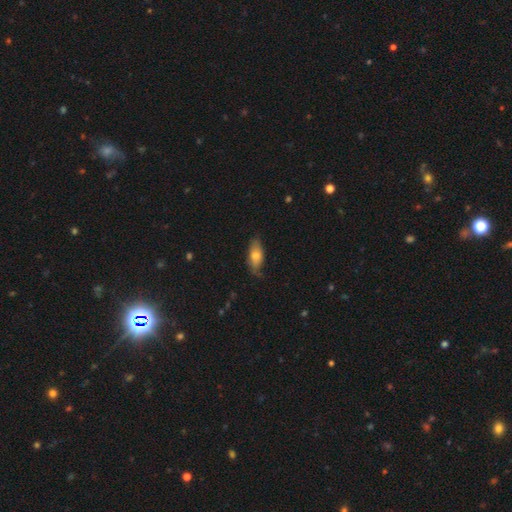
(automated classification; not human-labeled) Smooth or featured? Predicted: smooth (p=0.68). How rounded? Predicted: in between (p=0.77). Merging? Predicted: none (p=0.68).